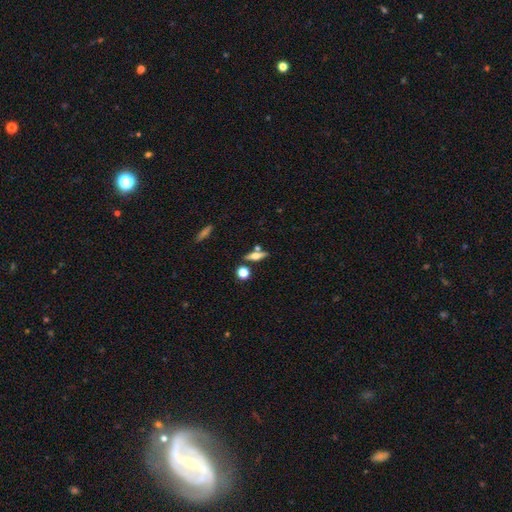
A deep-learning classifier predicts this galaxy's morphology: Smooth or featured? featured or disk (52%)
Edge-on disk? yes (92%)
Merging? none (75%)